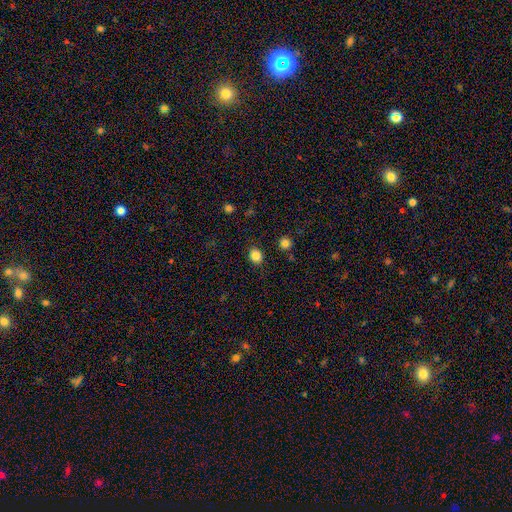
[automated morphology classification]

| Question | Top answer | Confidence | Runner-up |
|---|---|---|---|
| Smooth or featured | smooth | 85% | star or artifact (11%) |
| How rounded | round | 63% | in between (36%) |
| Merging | none | 87% | minor disturbance (9%) |